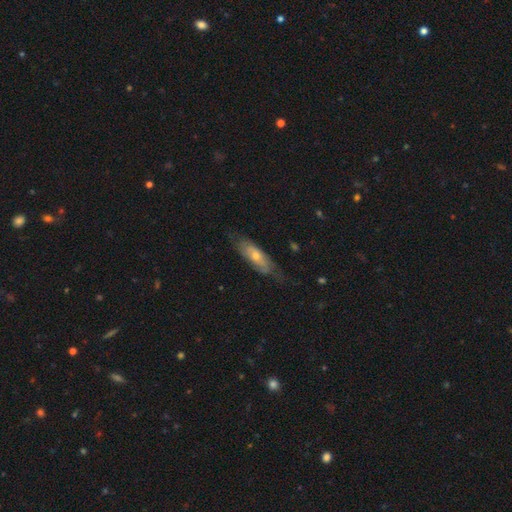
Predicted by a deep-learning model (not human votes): Overall: featured or disk (54%; smooth 40%). Edge-on disk: no (66%; yes 34%). Merging: none (65%; minor disturbance 25%).